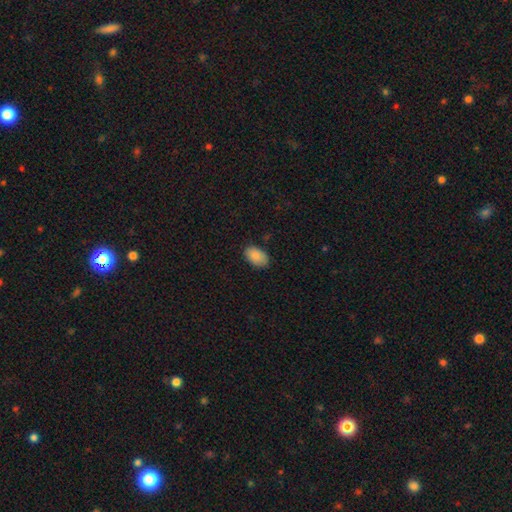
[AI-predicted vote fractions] Smooth or featured? Predicted: smooth (p=0.88). How rounded? Predicted: in between (p=0.92). Merging? Predicted: none (p=0.83).